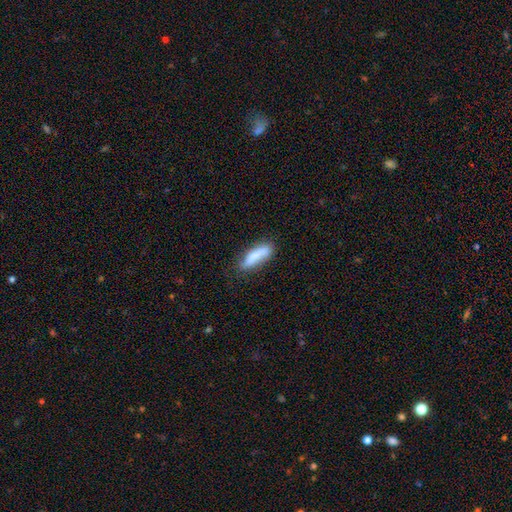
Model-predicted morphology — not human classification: This appears to be a smooth galaxy with no disk features (78%) that is cigar-shaped (59%). Merging: none (66%).